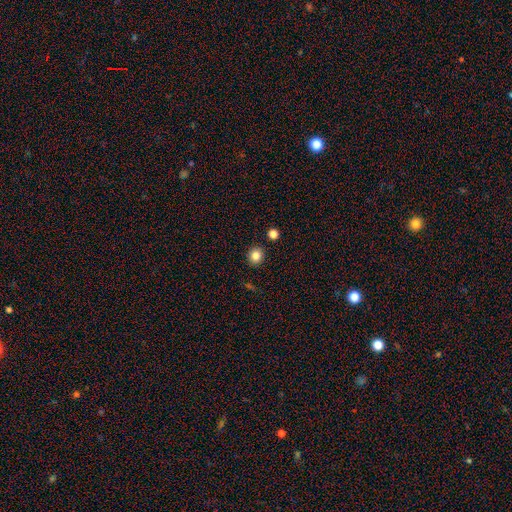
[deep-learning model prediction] smooth-or-featured: smooth: 83% | star or artifact: 11% | featured or disk: 5%
  how-rounded: round: 85% | in between: 14% | cigar-shaped: 1%
  merging: none: 90% | minor disturbance: 6% | merger: 2% | major disturbance: 2%